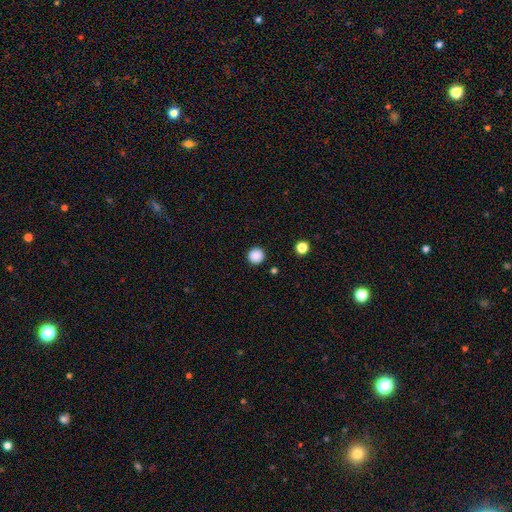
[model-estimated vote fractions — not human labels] smooth-or-featured: smooth: 88% | star or artifact: 10% | featured or disk: 2%
  how-rounded: round: 96% | in between: 3% | cigar-shaped: 1%
  merging: none: 92% | minor disturbance: 5% | major disturbance: 2% | merger: 1%